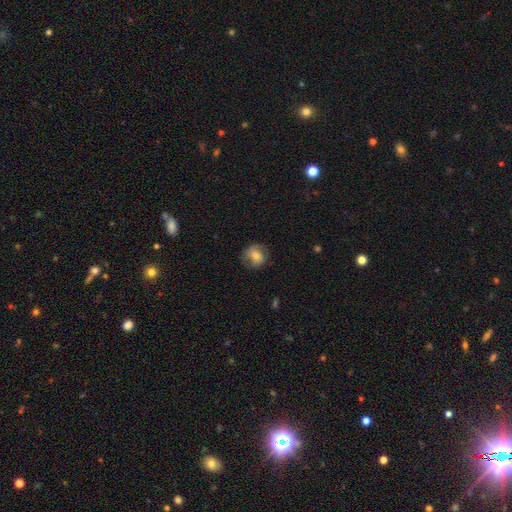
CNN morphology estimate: Smooth or featured? Predicted: smooth (p=0.60). How rounded? Predicted: round (p=0.75). Merging? Predicted: none (p=0.74).